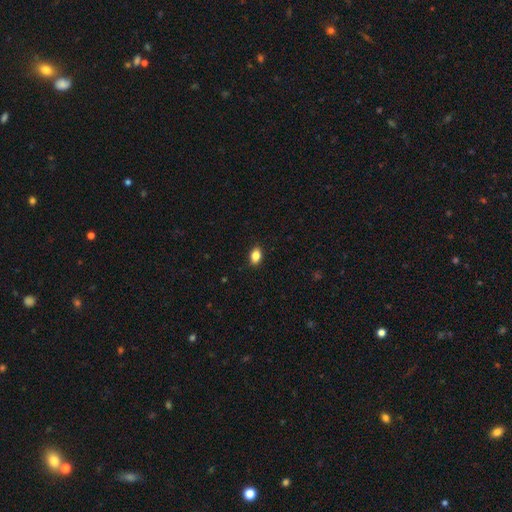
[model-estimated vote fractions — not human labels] Morphology: type=smooth (85%); roundness=in between (85%); merging=none (89%).